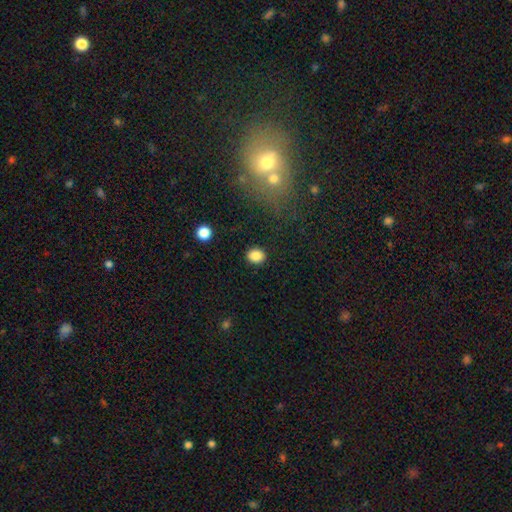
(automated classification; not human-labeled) The model was most divided on "how rounded": round: 59%, in between: 40%, cigar-shaped: 1%. More confident: merging — none (89%); smooth or featured — smooth (87%).